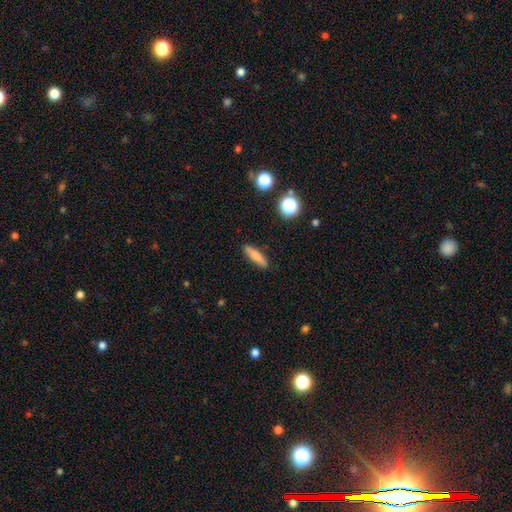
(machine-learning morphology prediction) type=smooth (77%); roundness=cigar-shaped (79%); merging=none (89%).